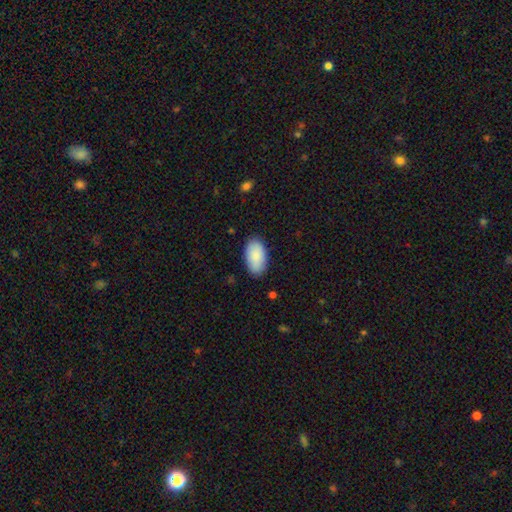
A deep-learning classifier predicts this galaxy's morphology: This appears to be a smooth galaxy with no disk features (89%) that is in between round and cigar-shaped (96%). Merging: none (86%).